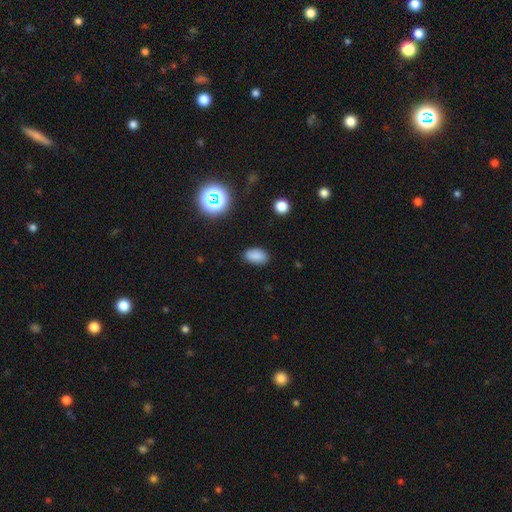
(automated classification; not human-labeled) Smooth or featured? Predicted: smooth (p=0.83). How rounded? Predicted: in between (p=0.90). Merging? Predicted: none (p=0.86).